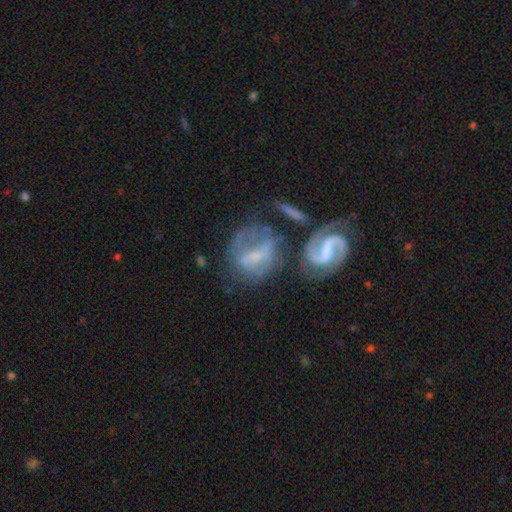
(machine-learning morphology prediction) Smooth or featured: featured or disk — 68% (smooth — 22%)
Edge-on disk: no — 95% (yes — 5%)
Bar: weak — 46% (strong — 33%)
Spiral arms: yes — 73% (no — 27%)
Bulge size: small — 45% (none — 28%)
Merging: none — 37% (merger — 23%)